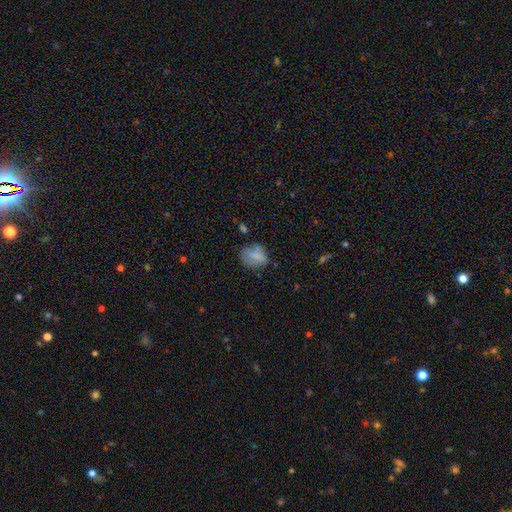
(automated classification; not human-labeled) Morphology: type=smooth (75%); roundness=in between (59%); merging=none (59%).